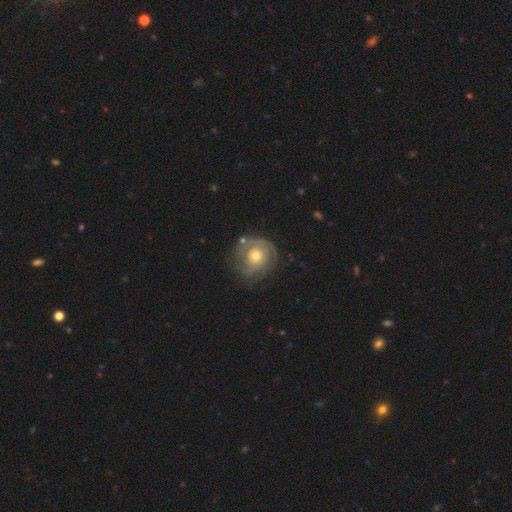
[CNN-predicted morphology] smooth-or-featured: featured or disk: 76% | smooth: 18% | star or artifact: 6%
  disk-edge-on: no: 98% | yes: 2%
    bar: no: 81% | weak: 16% | strong: 3%
    has-spiral-arms: yes: 88% | no: 12%
      spiral-winding: tight: 70% | medium: 23% | loose: 7%
      spiral-arm-count: can't tell: 34% | 2: 32% | 3: 17% | 1: 7% | 4: 5% | more than 4: 4%
    bulge-size: moderate: 59% | small: 33% | large: 5% | none: 1% | dominant: 1%
  merging: none: 73% | minor disturbance: 17% | major disturbance: 8% | merger: 3%